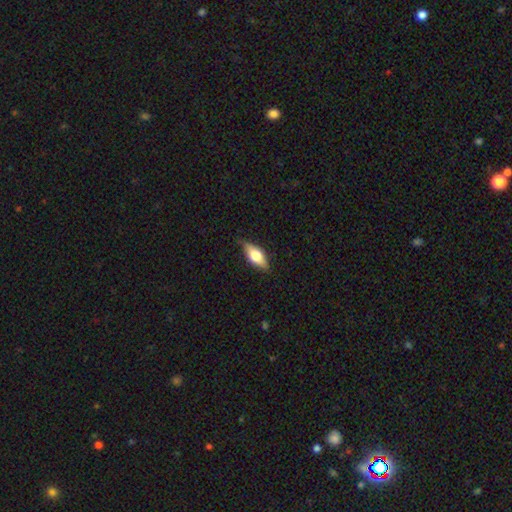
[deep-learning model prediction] Morphology: type=smooth (58%); roundness=in between (80%); merging=none (81%).